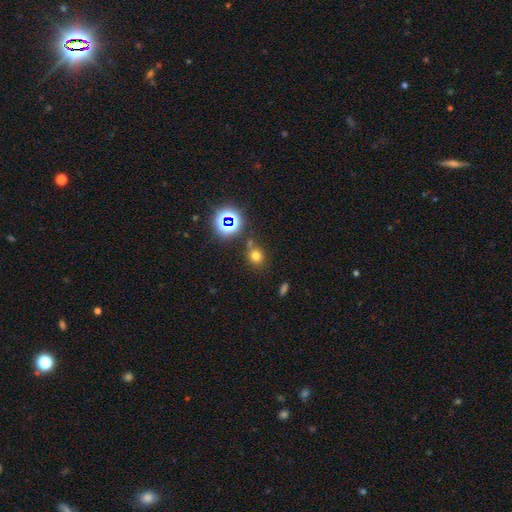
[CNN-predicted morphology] This appears to be a smooth galaxy with no disk features (68%) that is round (74%). Merging: none (70%).